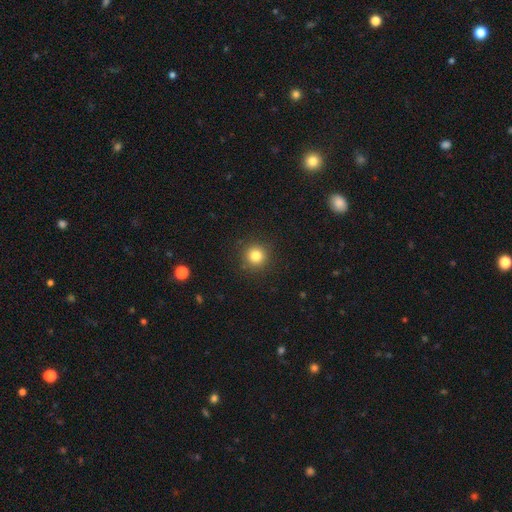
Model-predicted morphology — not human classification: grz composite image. It shows a smooth galaxy with no disk features (82%) that is round (95%). Merging: none (91%).